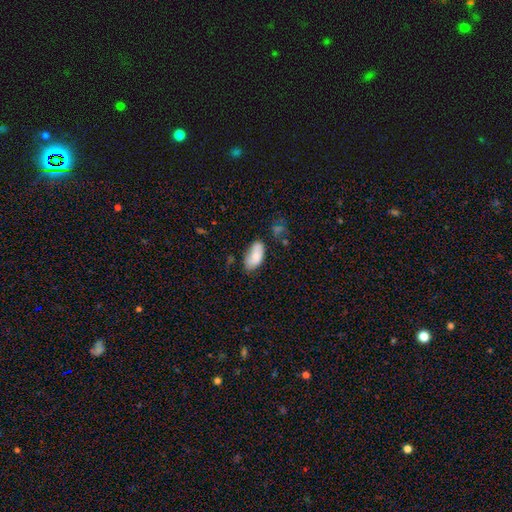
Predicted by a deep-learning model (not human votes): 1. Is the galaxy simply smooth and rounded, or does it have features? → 78% smooth, 15% featured or disk, 7% star or artifact.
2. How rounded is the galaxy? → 93% in between, 4% cigar-shaped, 3% round.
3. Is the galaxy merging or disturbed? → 55% none, 30% minor disturbance, 8% major disturbance, 7% merger.